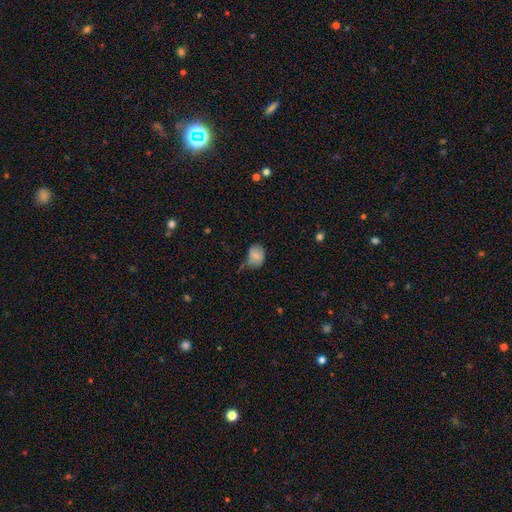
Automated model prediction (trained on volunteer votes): Smooth or featured? smooth (77%)
How rounded? in between (54%)
Merging? none (46%)